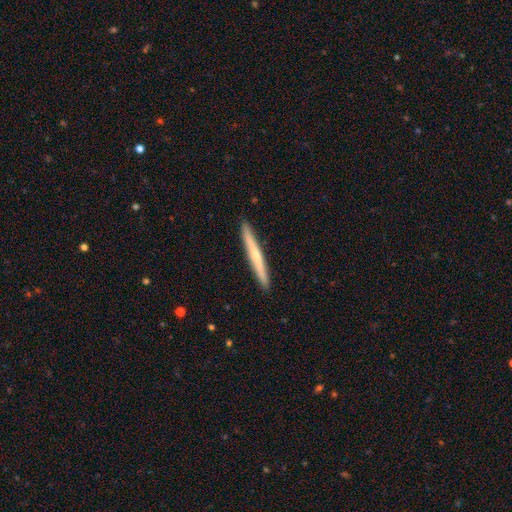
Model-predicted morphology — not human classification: Overall: featured or disk (50%; smooth 44%). Edge-on disk: yes (97%). Merging: none (93%).